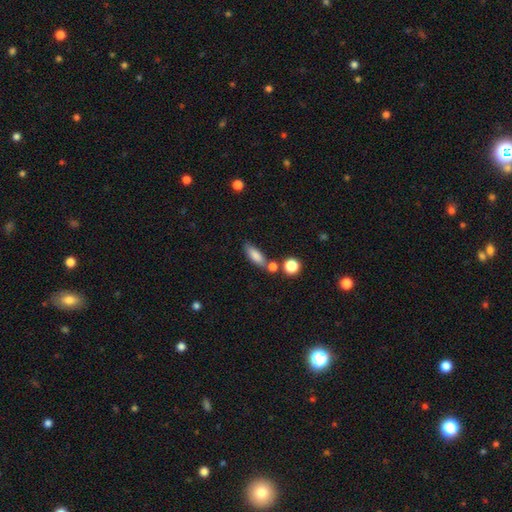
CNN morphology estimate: The model was most divided on "how rounded": in between: 64%, cigar-shaped: 32%, round: 5%. More confident: smooth or featured — smooth (81%); merging — none (63%).